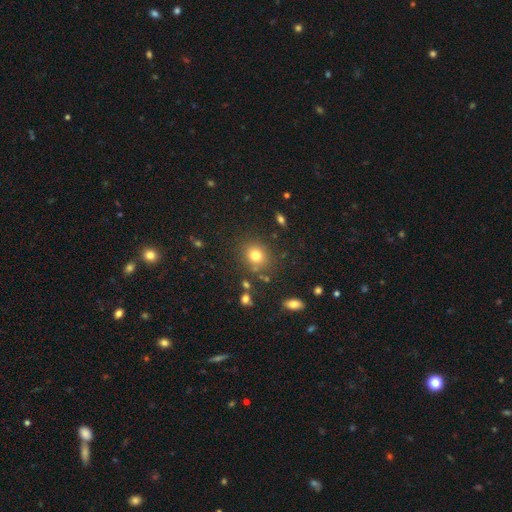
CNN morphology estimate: Smooth or featured? smooth (77%)
How rounded? round (77%)
Merging? none (82%)